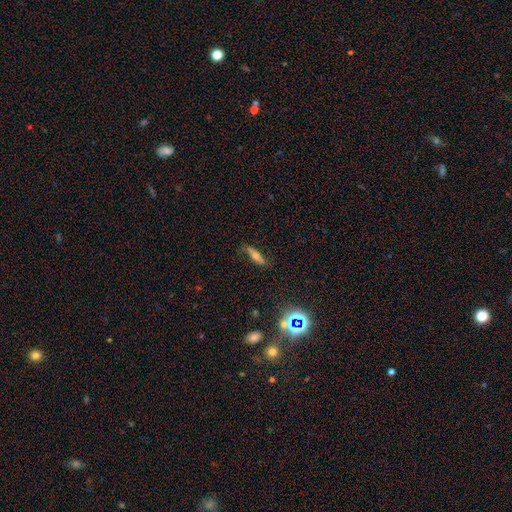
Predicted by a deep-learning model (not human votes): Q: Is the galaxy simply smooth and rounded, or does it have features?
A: smooth — 44%.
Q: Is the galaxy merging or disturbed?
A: none — 75%.